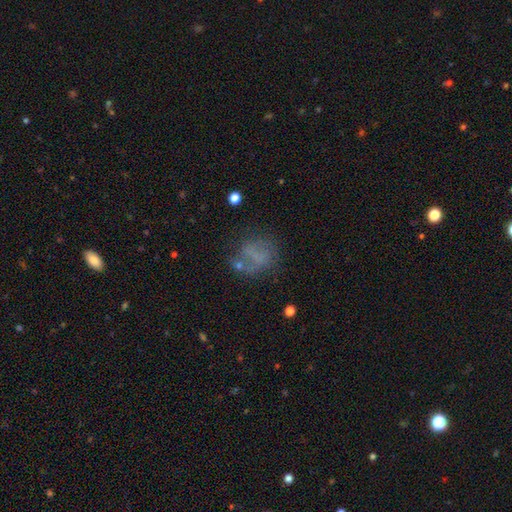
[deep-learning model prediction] This is possibly a smooth galaxy (47%). Merging: possibly none (51%).